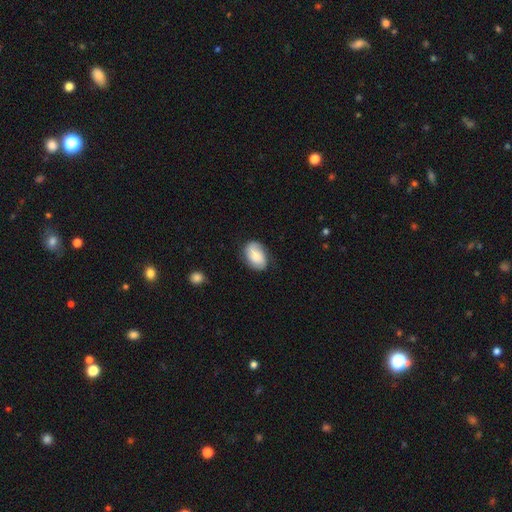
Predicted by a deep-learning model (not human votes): A smooth galaxy with no disk features (66%) that is in between round and cigar-shaped (88%). Merging: none (73%).